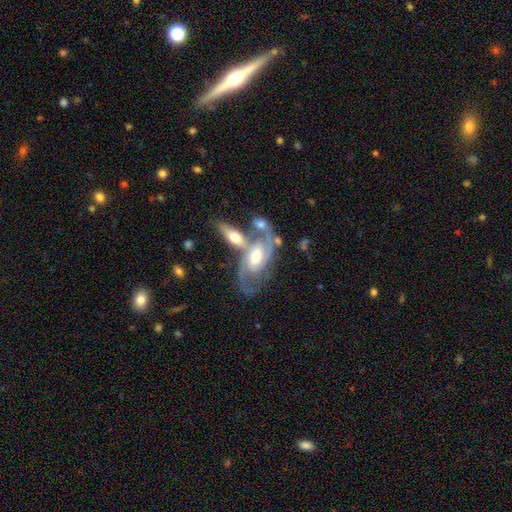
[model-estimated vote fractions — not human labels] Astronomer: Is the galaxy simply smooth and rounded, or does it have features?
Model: featured or disk — 85%.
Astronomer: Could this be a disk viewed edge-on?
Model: no — 93%.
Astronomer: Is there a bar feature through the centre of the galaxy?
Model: no — 43% (runner-up: weak, 41%).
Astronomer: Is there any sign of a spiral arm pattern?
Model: yes — 95%.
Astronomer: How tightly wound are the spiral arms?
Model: medium — 50% (runner-up: tight, 32%).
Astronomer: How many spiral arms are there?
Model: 2 — 82%.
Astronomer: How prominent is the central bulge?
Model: moderate — 62%.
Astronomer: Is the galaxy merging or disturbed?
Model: merger — 39%, tied with none at 39%.